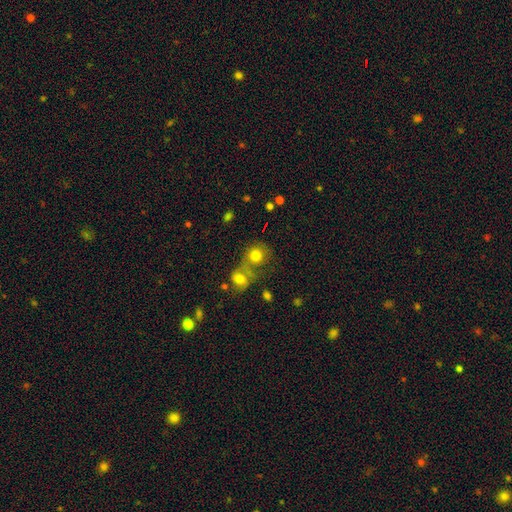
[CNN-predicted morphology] This appears to be a smooth galaxy with no disk features (75%) that is round (80%). Merging: merger (46%).